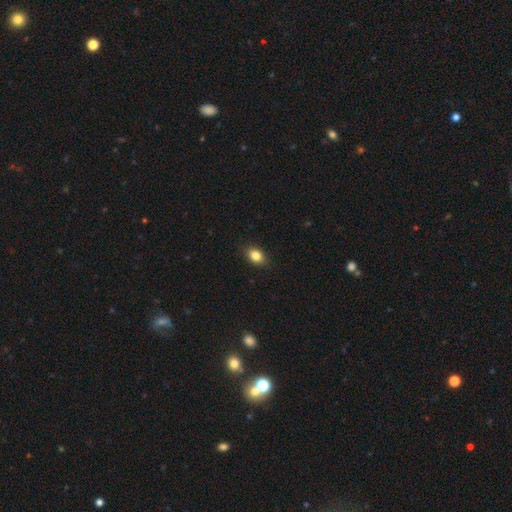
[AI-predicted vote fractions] A smooth galaxy with no disk features (85%) that is in between round and cigar-shaped (77%). Merging: none (87%).